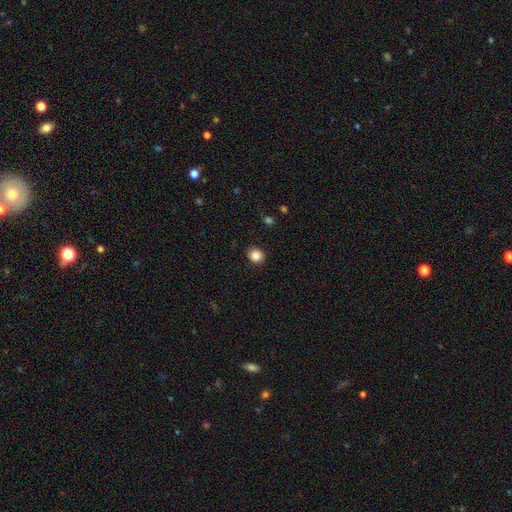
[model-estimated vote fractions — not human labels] Overall: smooth (86%). How rounded: round (78%). Merging: none (87%).